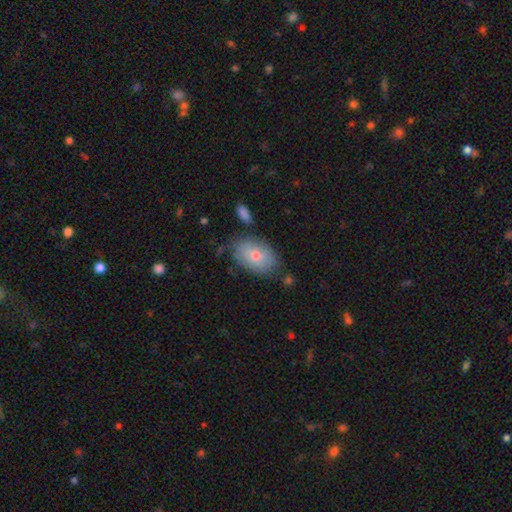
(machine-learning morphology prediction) Smooth or featured?
  - smooth: 71% *
  - featured or disk: 21%
  - star or artifact: 7%
How rounded?
  - in between: 86% *
  - round: 13%
  - cigar-shaped: 1%
Merging?
  - none: 74% *
  - minor disturbance: 17%
  - major disturbance: 5%
  - merger: 4%